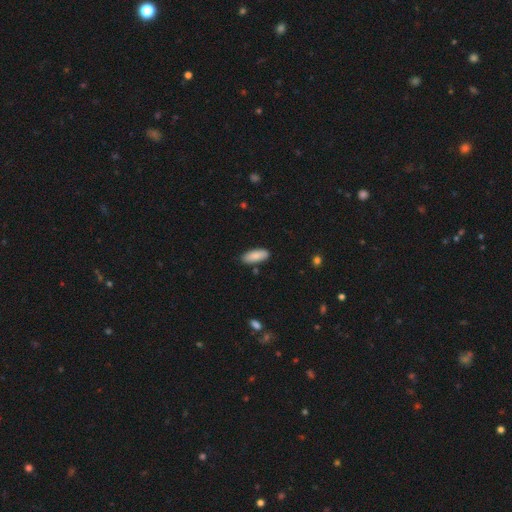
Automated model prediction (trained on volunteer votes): The model was most divided on "how rounded": in between: 78%, cigar-shaped: 20%, round: 2%. More confident: smooth or featured — smooth (87%); merging — none (86%).